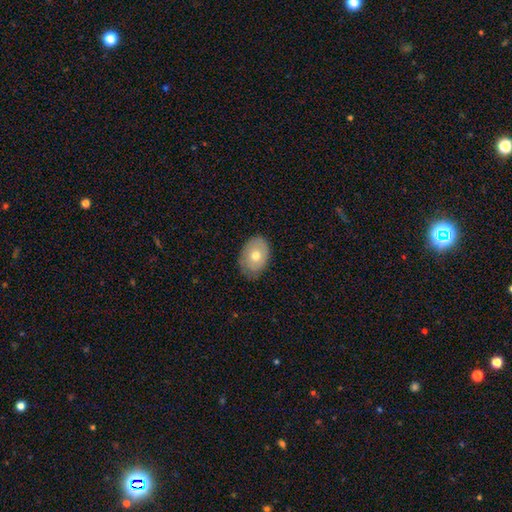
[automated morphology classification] This is likely a smooth galaxy (62%). How rounded: likely in between (77%). Merging: likely none (74%).